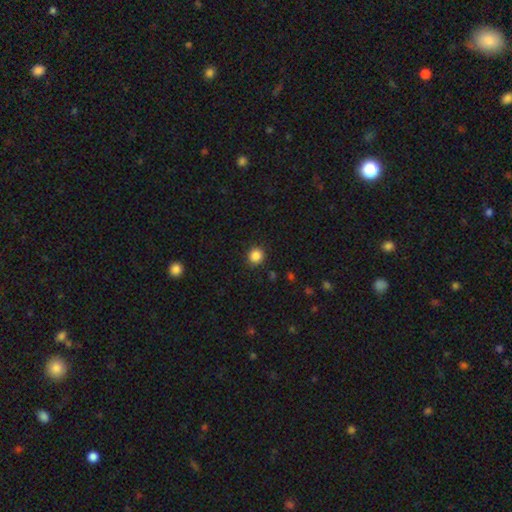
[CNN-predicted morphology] Smooth or featured? Predicted: smooth (p=0.86). How rounded? Predicted: round (p=0.90). Merging? Predicted: none (p=0.90).